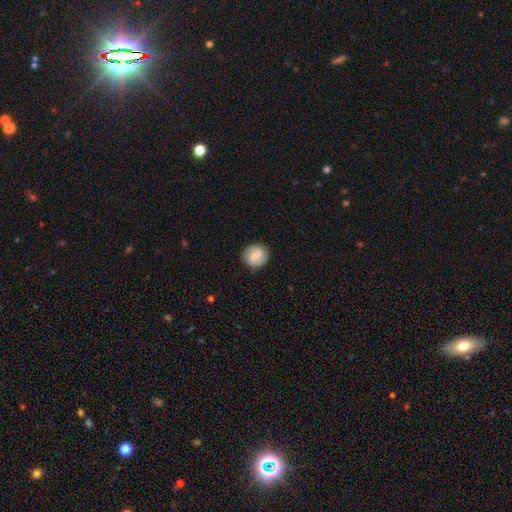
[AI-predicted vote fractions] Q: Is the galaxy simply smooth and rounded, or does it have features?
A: featured or disk — 61%.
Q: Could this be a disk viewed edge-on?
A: no — 98%.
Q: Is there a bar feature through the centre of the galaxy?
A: weak — 54%.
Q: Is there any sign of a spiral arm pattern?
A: yes — 91%.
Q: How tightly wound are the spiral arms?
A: medium — 46%.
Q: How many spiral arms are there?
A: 2 — 90%.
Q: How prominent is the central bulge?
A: moderate — 48%.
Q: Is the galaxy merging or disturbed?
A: none — 88%.